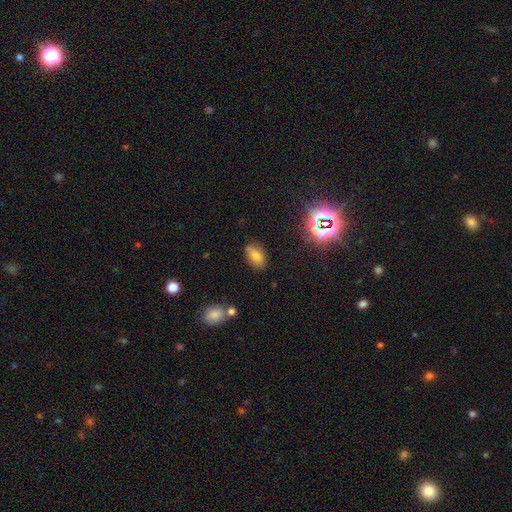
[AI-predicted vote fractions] This is likely a smooth galaxy (68%). How rounded: clearly in between (87%). Merging: likely none (80%).